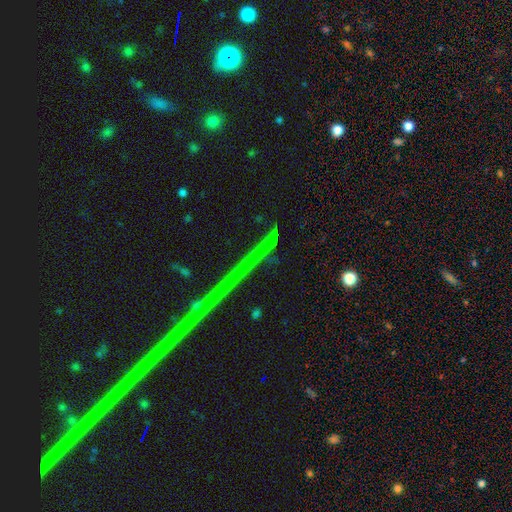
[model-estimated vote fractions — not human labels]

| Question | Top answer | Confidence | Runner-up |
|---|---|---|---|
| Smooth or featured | star or artifact | 76% | featured or disk (16%) |